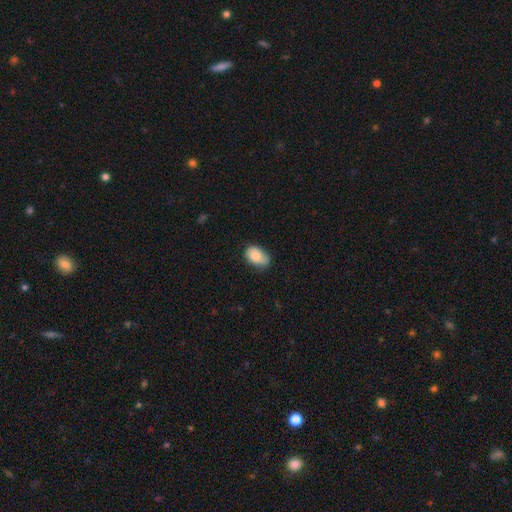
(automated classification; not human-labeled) smooth-or-featured: smooth: 84% | featured or disk: 8% | star or artifact: 7%
  how-rounded: in between: 87% | round: 11% | cigar-shaped: 1%
  merging: none: 52% | minor disturbance: 38% | major disturbance: 7% | merger: 2%